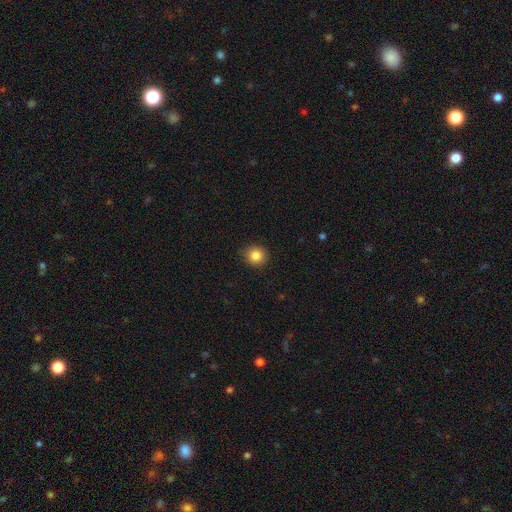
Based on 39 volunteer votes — A smooth galaxy with no disk features (87%) that is round (91%).

Vote fractions:
- Smooth or featured? smooth: 87% / featured or disk: 8% / star or artifact: 5%
- How rounded? round: 91% / cigar-shaped: 6% / in between: 3%
- Merging? none: 92% / minor disturbance: 8% / major disturbance: 0% / merger: 0%